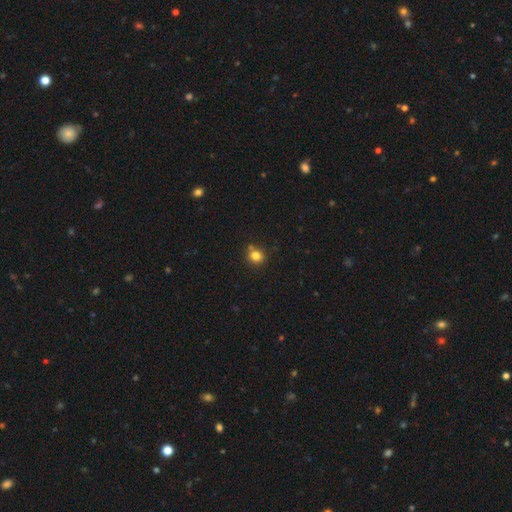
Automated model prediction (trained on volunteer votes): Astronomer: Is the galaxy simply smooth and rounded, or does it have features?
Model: smooth — 81%.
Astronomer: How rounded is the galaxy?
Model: round — 82%.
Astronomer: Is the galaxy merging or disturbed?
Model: none — 74%.